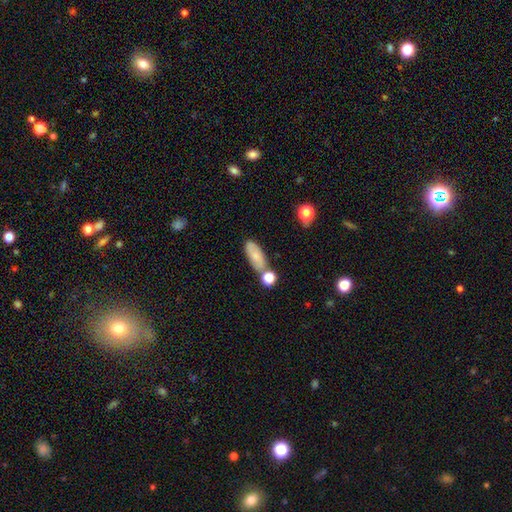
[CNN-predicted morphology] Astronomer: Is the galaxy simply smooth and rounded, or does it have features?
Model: smooth — 69%.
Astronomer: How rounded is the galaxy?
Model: in between — 80%.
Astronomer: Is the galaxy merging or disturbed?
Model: none — 61%.